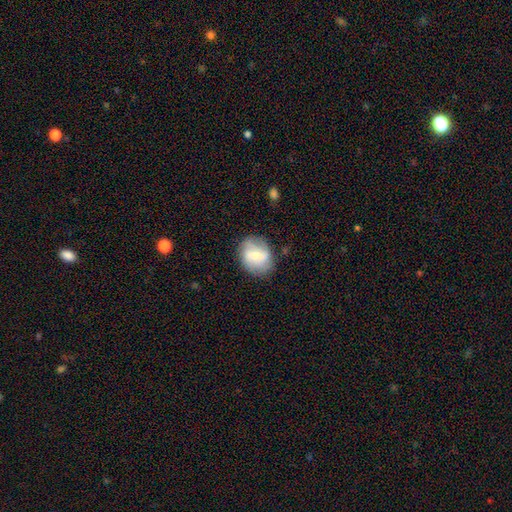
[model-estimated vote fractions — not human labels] This appears to be a featured or disk galaxy (48%). Merging: none (75%).